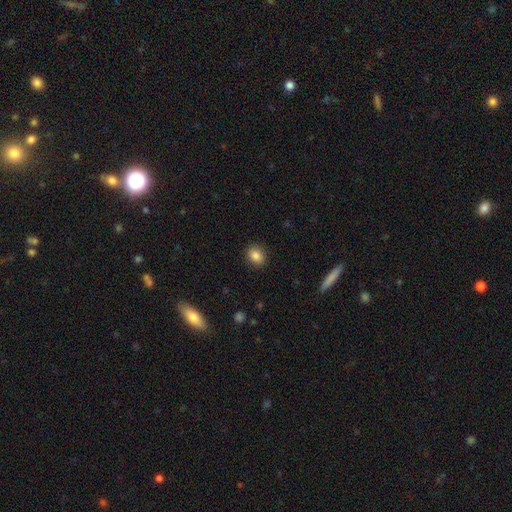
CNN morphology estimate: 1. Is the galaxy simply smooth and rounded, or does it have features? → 85% smooth, 9% star or artifact, 5% featured or disk.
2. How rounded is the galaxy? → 58% round, 41% in between, 1% cigar-shaped.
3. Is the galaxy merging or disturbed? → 90% none, 7% minor disturbance, 2% major disturbance, 1% merger.